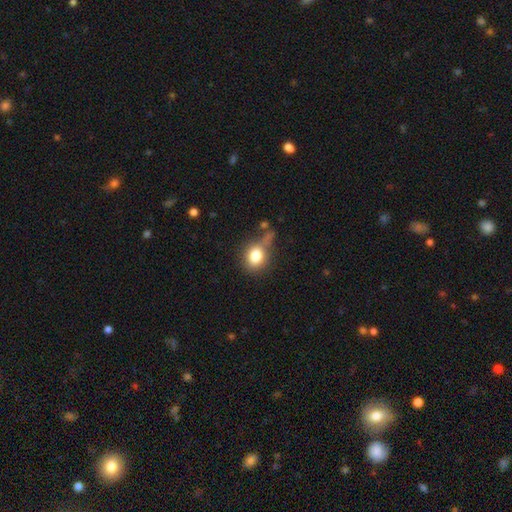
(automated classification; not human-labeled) This appears to be a smooth galaxy with no disk features (79%) that is round (60%). Merging: none (48%).